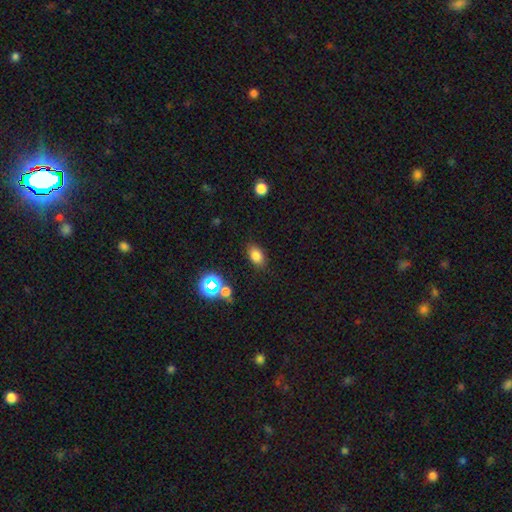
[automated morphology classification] Smooth or featured? Predicted: smooth (p=0.77). How rounded? Predicted: in between (p=0.86). Merging? Predicted: none (p=0.83).